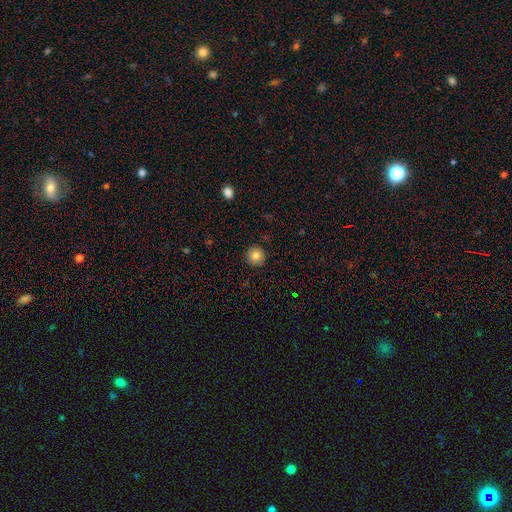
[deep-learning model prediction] Smooth or featured? smooth (83%)
How rounded? round (95%)
Merging? none (91%)